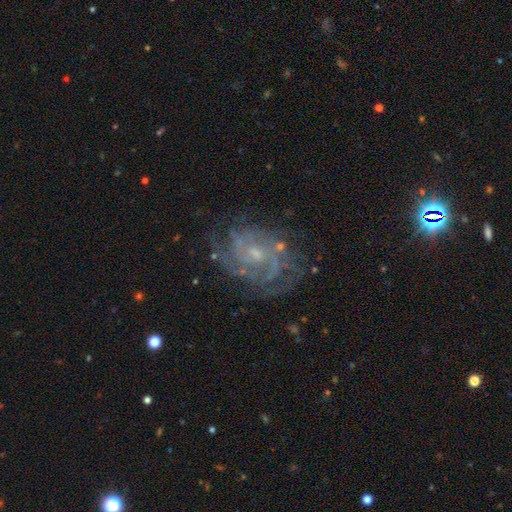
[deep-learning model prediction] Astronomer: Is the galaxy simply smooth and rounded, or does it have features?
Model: featured or disk — 80%.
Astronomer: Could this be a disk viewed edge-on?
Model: no — 97%.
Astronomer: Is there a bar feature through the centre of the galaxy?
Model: no — 63%.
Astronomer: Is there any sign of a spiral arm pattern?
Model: yes — 94%.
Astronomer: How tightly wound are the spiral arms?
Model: tight — 61%.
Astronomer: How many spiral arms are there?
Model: can't tell — 33% (runner-up: 2, 20%).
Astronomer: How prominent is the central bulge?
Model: small — 67%.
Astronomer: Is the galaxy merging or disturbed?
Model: none — 73%.